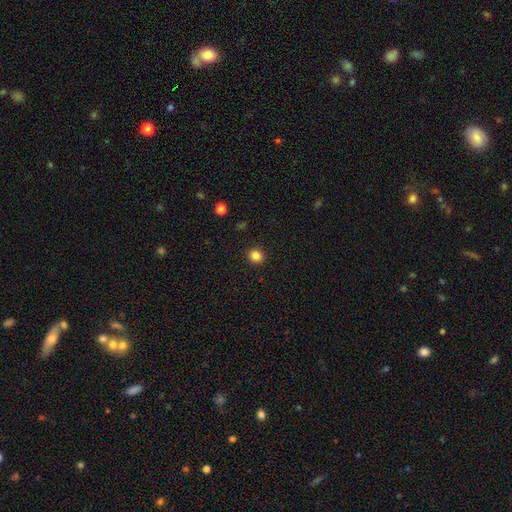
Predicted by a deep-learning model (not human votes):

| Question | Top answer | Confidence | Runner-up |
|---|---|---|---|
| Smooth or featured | smooth | 85% | star or artifact (11%) |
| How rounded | round | 86% | in between (13%) |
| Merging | none | 92% | minor disturbance (5%) |